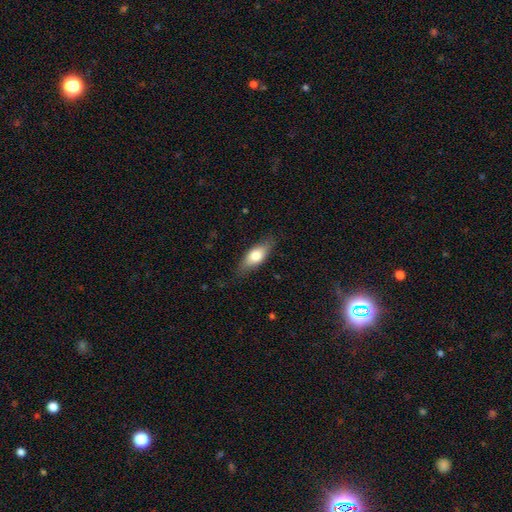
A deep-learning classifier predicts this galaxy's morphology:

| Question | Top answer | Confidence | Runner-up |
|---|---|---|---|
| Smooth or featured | smooth | 69% | featured or disk (25%) |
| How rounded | in between | 74% | cigar-shaped (22%) |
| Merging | none | 81% | minor disturbance (15%) |